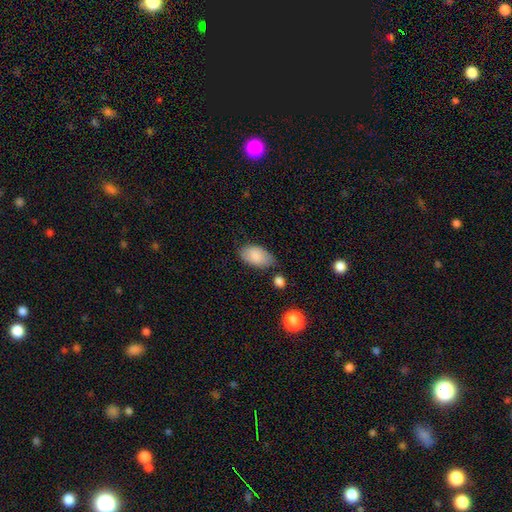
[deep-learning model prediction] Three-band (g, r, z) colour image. It shows a smooth galaxy with no disk features (84%) that is in between round and cigar-shaped (95%). Merging: none (67%).